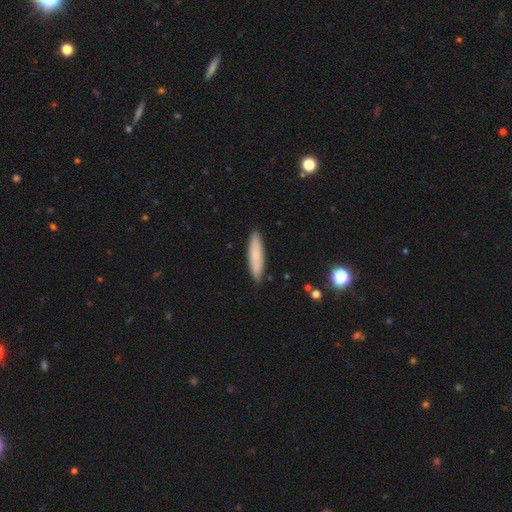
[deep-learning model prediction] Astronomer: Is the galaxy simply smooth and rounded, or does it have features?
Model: smooth — 79%.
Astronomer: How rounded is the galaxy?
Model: cigar-shaped — 77%.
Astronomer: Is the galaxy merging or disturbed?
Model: none — 89%.